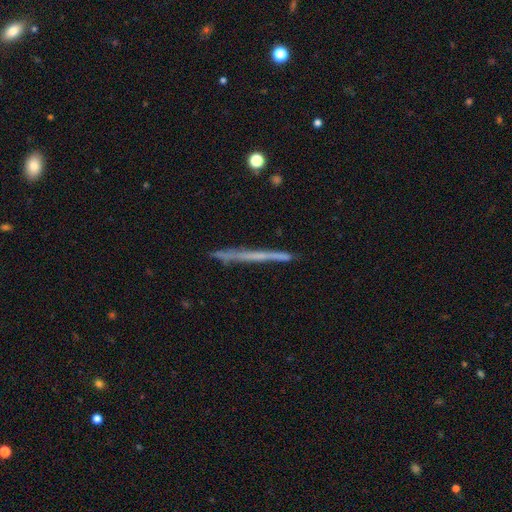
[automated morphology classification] smooth-or-featured: featured or disk: 54% | smooth: 40% | star or artifact: 7%
  disk-edge-on: yes: 96% | no: 4%
    edge-on-bulge: none: 90% | rounded: 6% | boxy: 3%
  merging: none: 87% | minor disturbance: 9% | major disturbance: 2% | merger: 2%